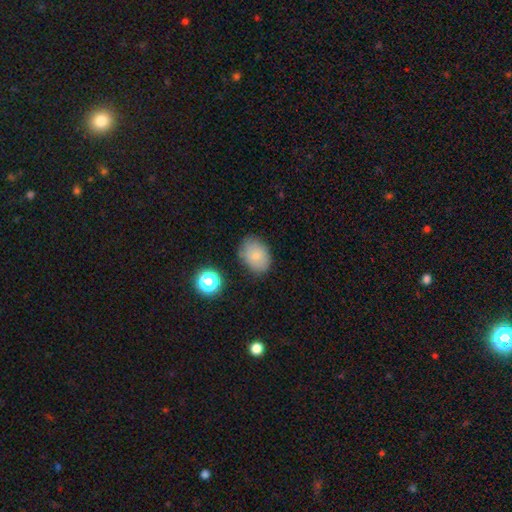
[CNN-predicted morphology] smooth_or_featured: smooth (p=0.76) [alt: featured or disk p=0.13]
how_rounded: in between (p=0.72) [alt: round p=0.27]
merging: none (p=0.74) [alt: minor disturbance p=0.18]